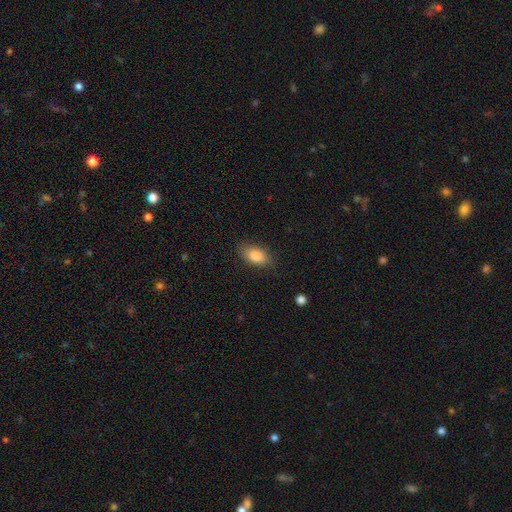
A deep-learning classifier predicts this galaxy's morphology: A smooth galaxy with no disk features (85%) that is in between round and cigar-shaped (90%).

Vote fractions:
- Smooth or featured? smooth: 85% / featured or disk: 8% / star or artifact: 7%
- How rounded? in between: 90% / round: 6% / cigar-shaped: 4%
- Merging? none: 84% / minor disturbance: 12% / major disturbance: 3% / merger: 1%